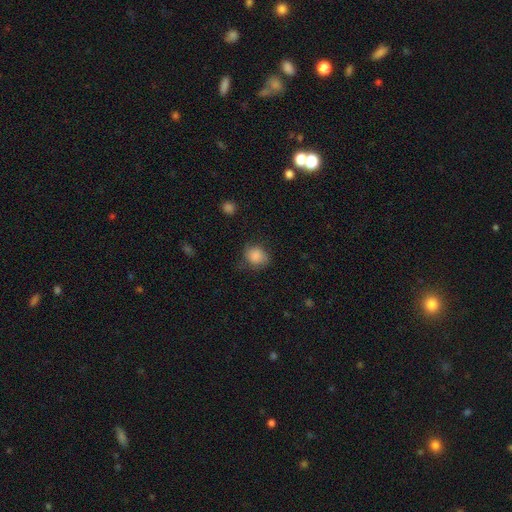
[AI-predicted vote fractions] smooth_or_featured: smooth (p=0.86) [alt: star or artifact p=0.09]
how_rounded: round (p=0.71) [alt: in between p=0.28]
merging: none (p=0.68) [alt: minor disturbance p=0.23]